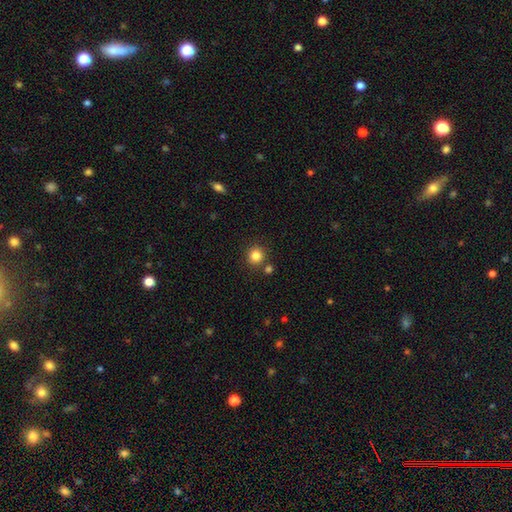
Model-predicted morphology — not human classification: A smooth galaxy with no disk features (84%) that is round (92%). Merging: none (83%).